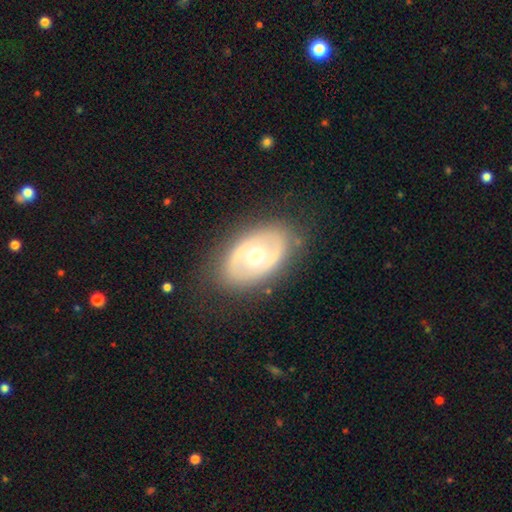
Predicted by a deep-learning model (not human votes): The model was most divided on "smooth or featured": featured or disk: 65%, smooth: 30%, star or artifact: 5%. More confident: edge-on disk — no (91%); merging — none (80%); bar — no (76%); spiral arms — no (75%); bulge size — moderate (70%).